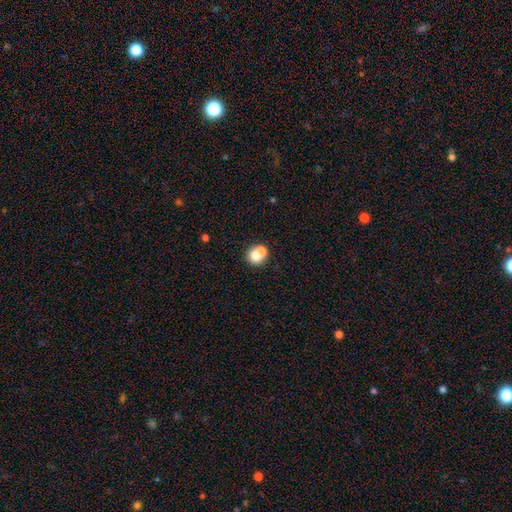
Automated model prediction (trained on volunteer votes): Smooth or featured? smooth (71%)
How rounded? round (81%)
Merging? merger (49%)